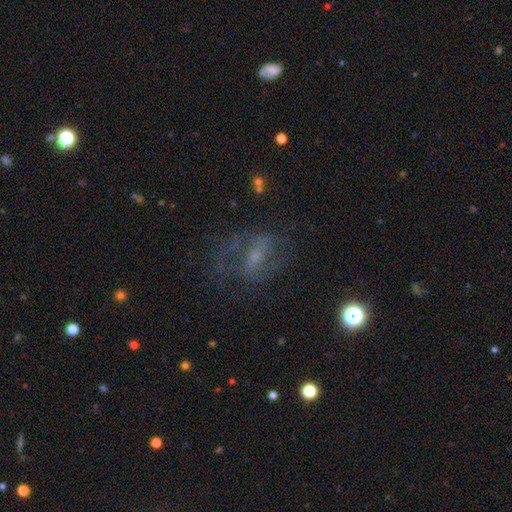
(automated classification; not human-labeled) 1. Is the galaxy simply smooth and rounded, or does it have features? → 61% featured or disk, 23% smooth, 16% star or artifact.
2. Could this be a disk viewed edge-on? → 94% no, 6% yes.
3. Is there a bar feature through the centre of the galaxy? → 44% weak, 34% no, 22% strong.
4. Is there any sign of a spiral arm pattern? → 65% yes, 35% no.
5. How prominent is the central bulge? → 52% small, 28% moderate, 15% none, 3% large, 1% dominant.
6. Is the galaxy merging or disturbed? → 57% none, 23% major disturbance, 18% minor disturbance, 2% merger.